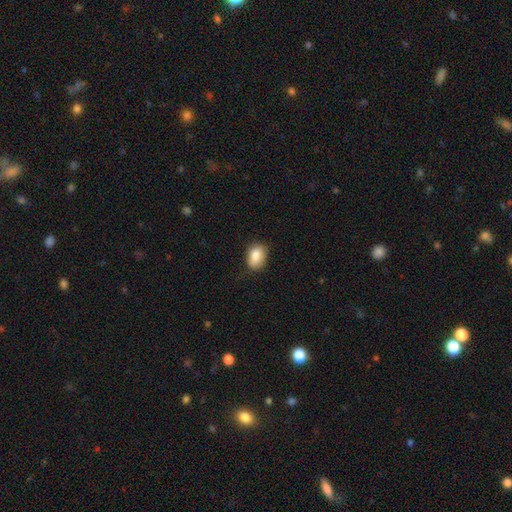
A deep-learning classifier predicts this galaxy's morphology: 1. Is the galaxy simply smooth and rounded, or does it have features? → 86% smooth, 7% star or artifact, 6% featured or disk.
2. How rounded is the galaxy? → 78% in between, 21% round, 1% cigar-shaped.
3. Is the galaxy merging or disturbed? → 71% none, 24% minor disturbance, 4% major disturbance, 1% merger.